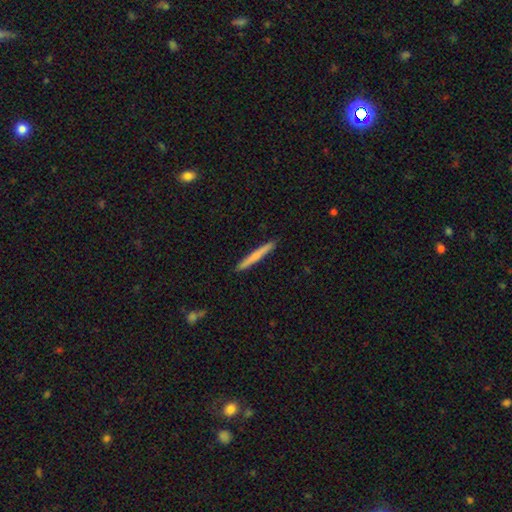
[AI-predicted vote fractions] Morphology: type=smooth (67%); roundness=cigar-shaped (97%); merging=none (92%).